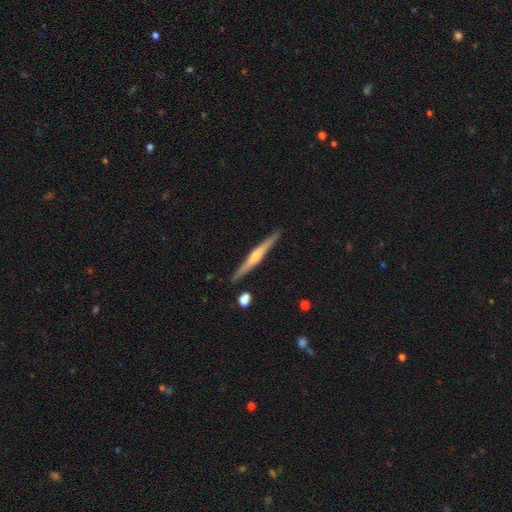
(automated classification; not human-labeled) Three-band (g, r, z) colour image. It shows a featured or disk galaxy (73%) viewed edge-on (98%) with a rounded central bulge (79%). Merging: none (90%).